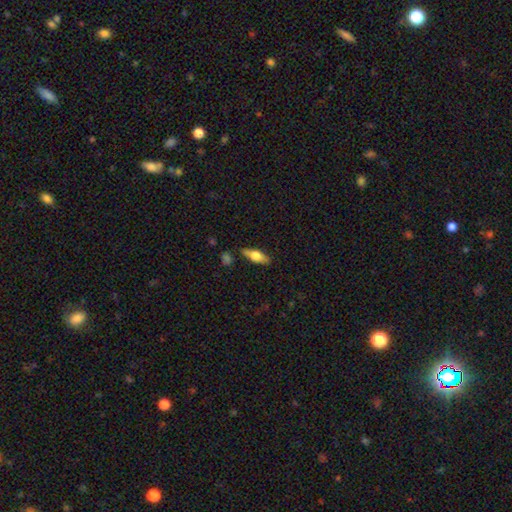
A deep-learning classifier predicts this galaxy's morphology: type=smooth (51%); roundness=in between (59%); merging=none (82%).